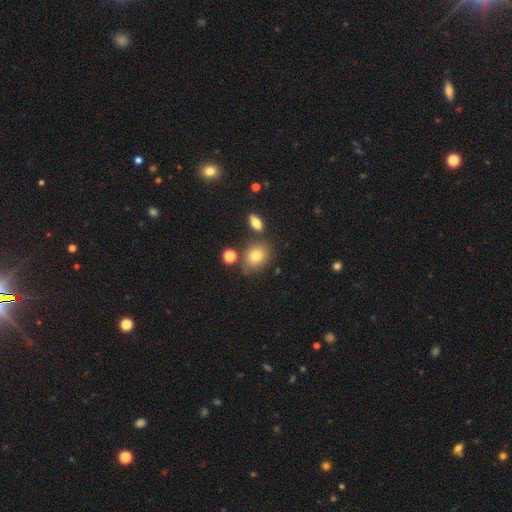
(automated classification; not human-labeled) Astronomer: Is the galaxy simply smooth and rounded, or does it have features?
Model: smooth — 77%.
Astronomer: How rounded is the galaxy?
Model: in between — 55% (runner-up: round, 43%).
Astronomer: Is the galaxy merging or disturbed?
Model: none — 71%.